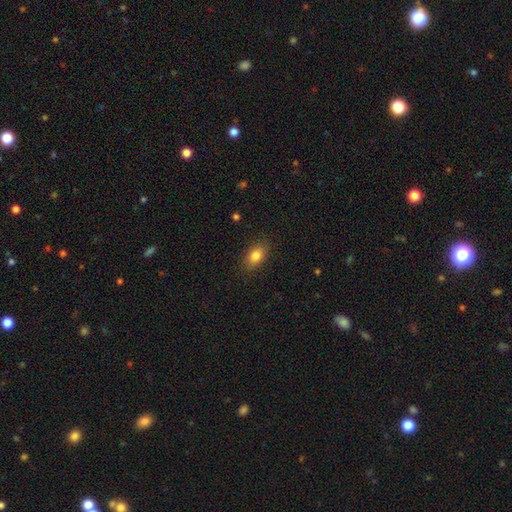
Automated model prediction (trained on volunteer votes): The model was most divided on "how rounded": in between: 82%, round: 15%, cigar-shaped: 2%. More confident: merging — none (86%); smooth or featured — smooth (83%).